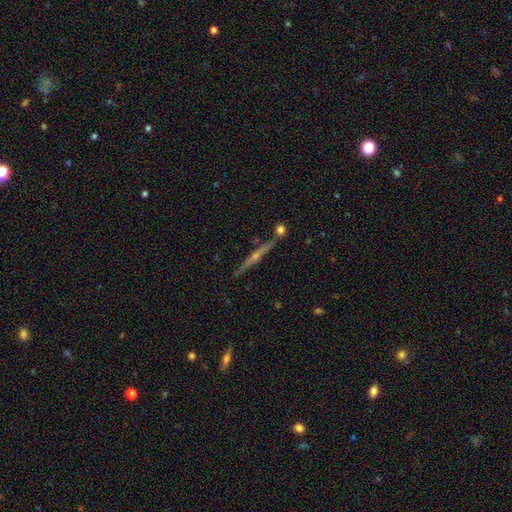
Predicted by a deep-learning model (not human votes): Smooth or featured: featured or disk — 78% (smooth — 14%)
Edge-on disk: yes — 98% (no — 2%)
Edge-on bulge: rounded — 79% (none — 16%)
Merging: none — 86% (minor disturbance — 7%)